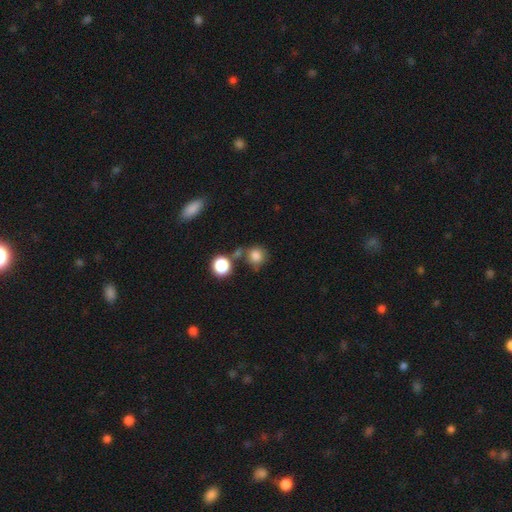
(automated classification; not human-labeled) Morphology: type=smooth (80%); roundness=round (83%); merging=none (62%).